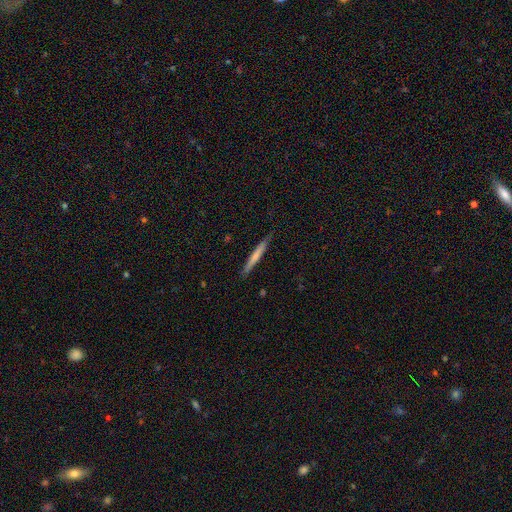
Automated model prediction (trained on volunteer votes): Morphology: type=smooth (58%); roundness=cigar-shaped (96%); merging=none (86%).